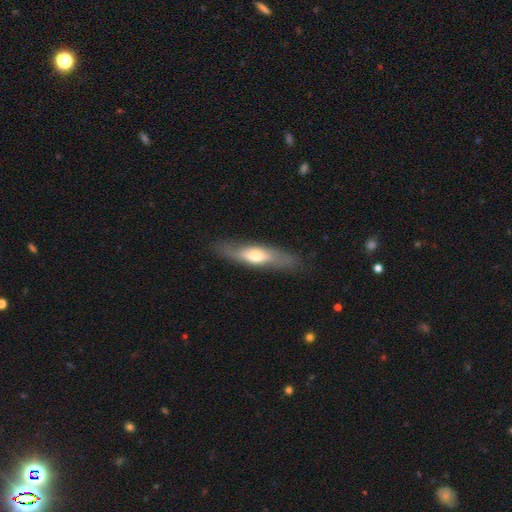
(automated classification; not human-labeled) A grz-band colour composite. It shows a smooth galaxy with no disk features (52%) that is cigar-shaped (64%). Merging: none (81%).